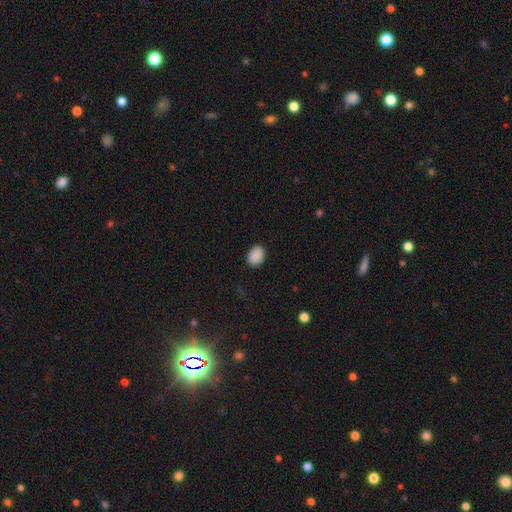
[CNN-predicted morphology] A smooth galaxy with no disk features (90%) that is in between round and cigar-shaped (74%). Merging: none (88%).